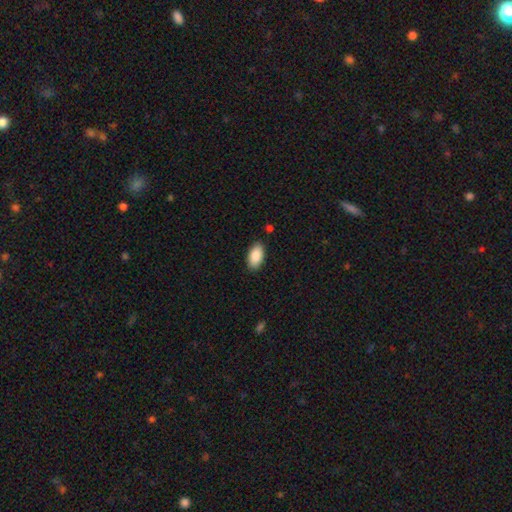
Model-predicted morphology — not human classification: Smooth or featured: smooth — 89% (star or artifact — 6%)
How rounded: in between — 94% (cigar-shaped — 3%)
Merging: none — 88% (minor disturbance — 9%)